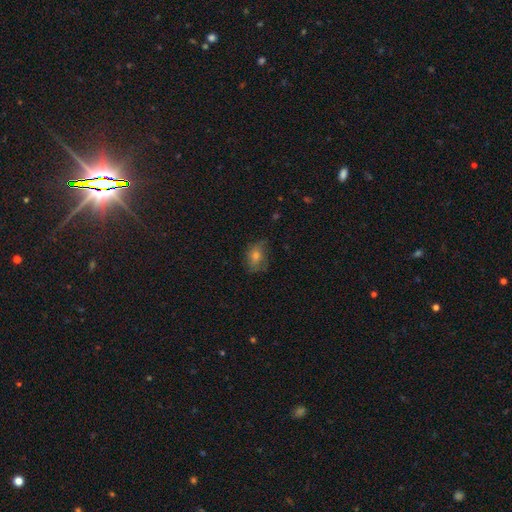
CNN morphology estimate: smooth_or_featured: smooth (p=0.60) [alt: featured or disk p=0.23]
how_rounded: in between (p=0.57) [alt: round p=0.41]
merging: none (p=0.62) [alt: minor disturbance p=0.26]